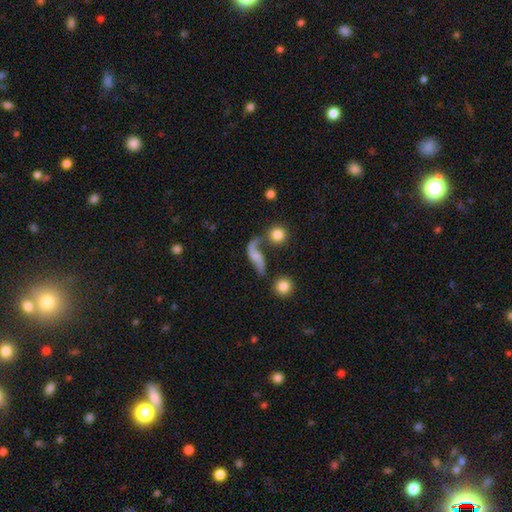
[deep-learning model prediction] This appears to be a featured or disk galaxy (67%) with no bar (57%), 2 (84%) loose (91%) spiral arms (87%) and a small central bulge (39%). Merging: none (42%).